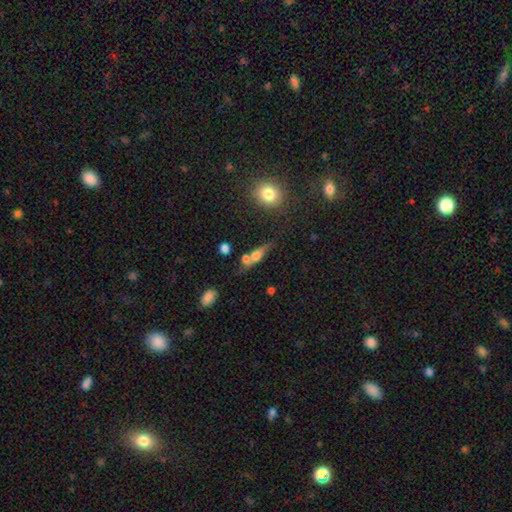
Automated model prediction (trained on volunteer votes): A smooth galaxy with no disk features (55%) that is in between round and cigar-shaped (46%). Merging: none (45%).